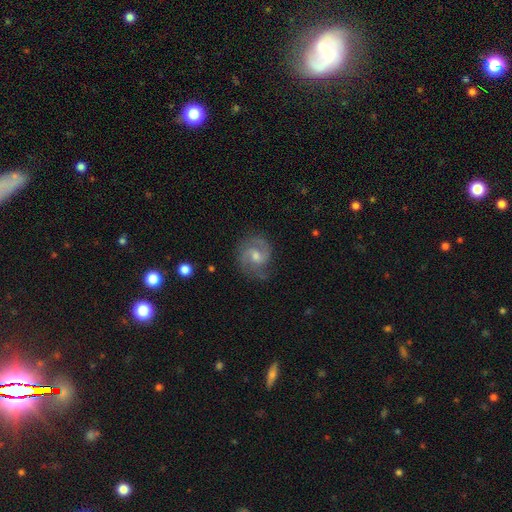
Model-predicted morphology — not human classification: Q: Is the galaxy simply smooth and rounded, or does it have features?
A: featured or disk — 82%.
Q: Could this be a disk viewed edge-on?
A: no — 98%.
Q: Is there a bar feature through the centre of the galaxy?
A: weak — 52%.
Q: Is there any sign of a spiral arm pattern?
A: yes — 96%.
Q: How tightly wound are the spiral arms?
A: medium — 54%.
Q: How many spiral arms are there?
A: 2 — 74%.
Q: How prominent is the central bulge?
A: moderate — 58%.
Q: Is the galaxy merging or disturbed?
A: none — 73%.